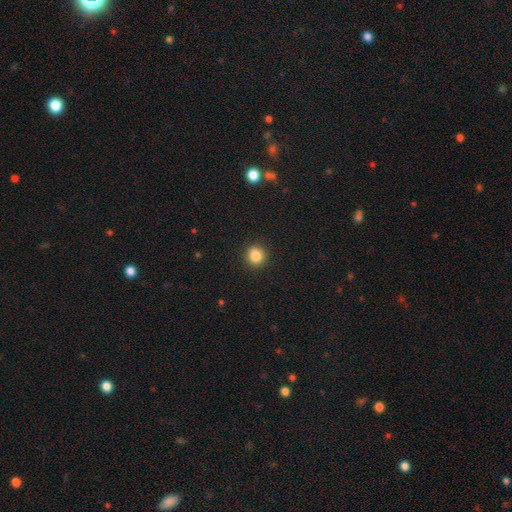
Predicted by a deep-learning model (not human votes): Smooth or featured? Predicted: smooth (p=0.84). How rounded? Predicted: round (p=0.87). Merging? Predicted: none (p=0.90).